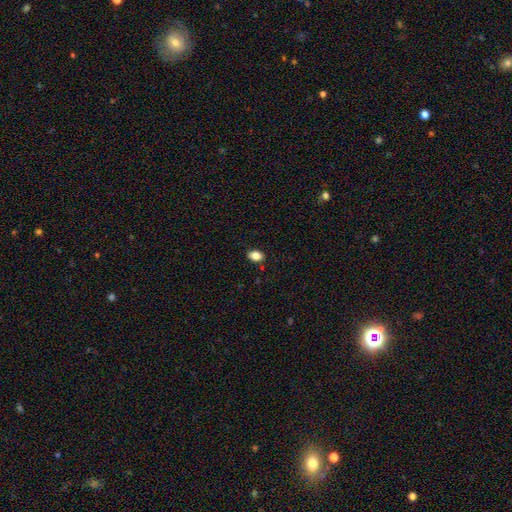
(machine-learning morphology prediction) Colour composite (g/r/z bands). It shows a smooth galaxy with no disk features (85%) that is in between round and cigar-shaped (82%). Merging: none (87%).